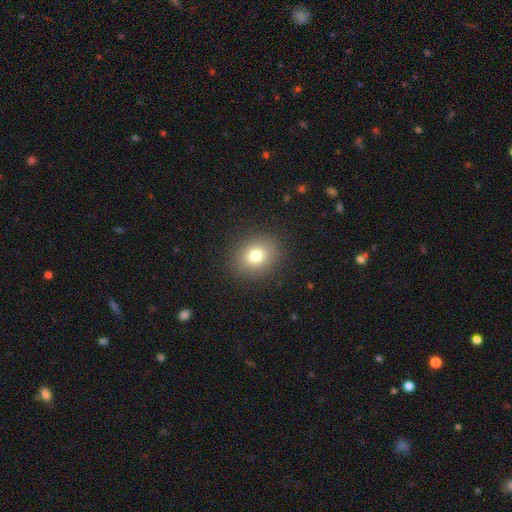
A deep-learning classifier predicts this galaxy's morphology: A smooth galaxy with no disk features (77%) that is round (63%). Merging: none (89%).